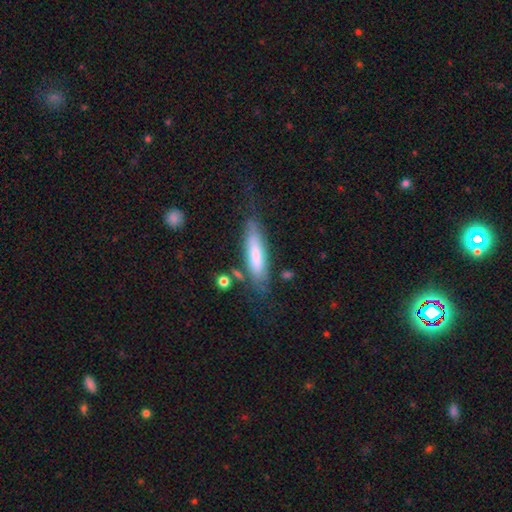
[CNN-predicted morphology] Q: Smooth or featured?
A: smooth (66%); runner-up: featured or disk (28%)
Q: How rounded?
A: cigar-shaped (67%); runner-up: in between (31%)
Q: Merging?
A: none (67%); runner-up: minor disturbance (20%)